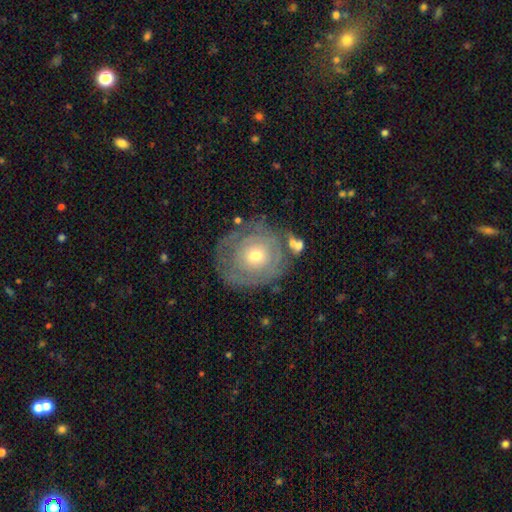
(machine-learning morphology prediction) smooth-or-featured: featured or disk: 57% | smooth: 36% | star or artifact: 8%
  disk-edge-on: no: 95% | yes: 5%
    bar: no: 85% | weak: 12% | strong: 3%
    has-spiral-arms: no: 52% | yes: 48%
    bulge-size: moderate: 50% | small: 45% | large: 3% | dominant: 1% | none: 1%
  merging: none: 66% | minor disturbance: 19% | major disturbance: 10% | merger: 4%